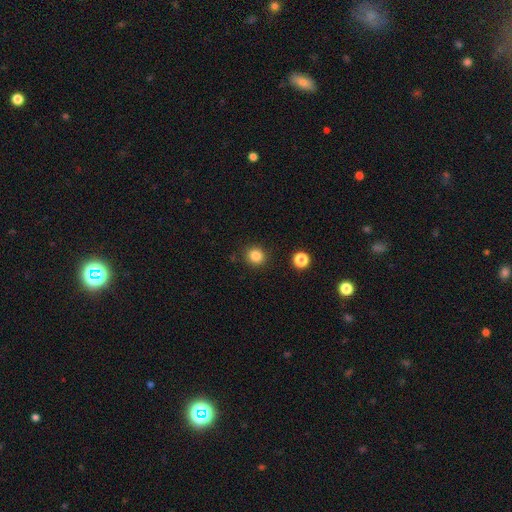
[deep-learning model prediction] A smooth galaxy with no disk features (84%) that is round (90%).

Vote fractions:
- Smooth or featured? smooth: 84% / star or artifact: 12% / featured or disk: 4%
- How rounded? round: 90% / in between: 9% / cigar-shaped: 1%
- Merging? none: 89% / minor disturbance: 6% / major disturbance: 2% / merger: 2%